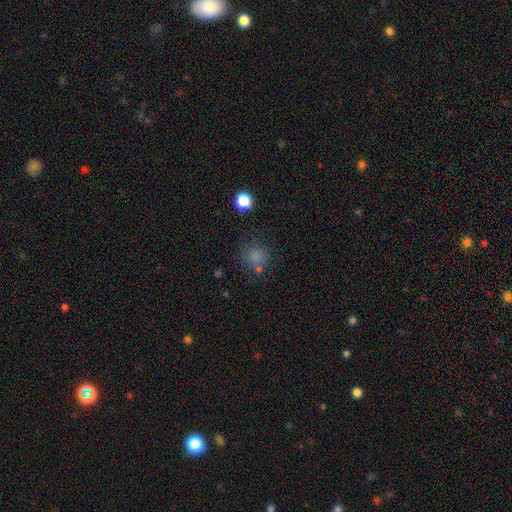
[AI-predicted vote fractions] Overall: smooth (78%). How rounded: round (86%). Merging: none (70%).